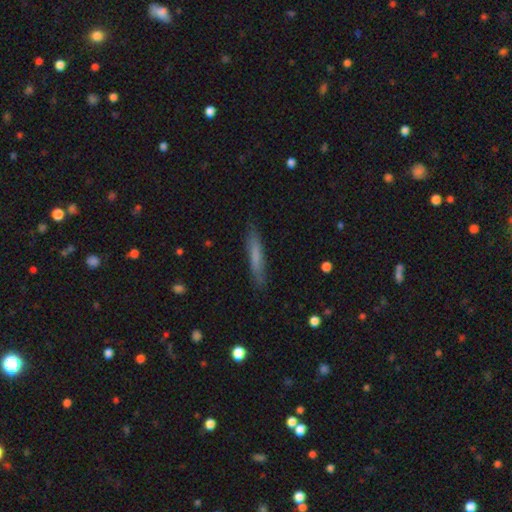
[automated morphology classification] This appears to be a smooth galaxy with no disk features (69%) that is cigar-shaped (92%). Merging: none (86%).